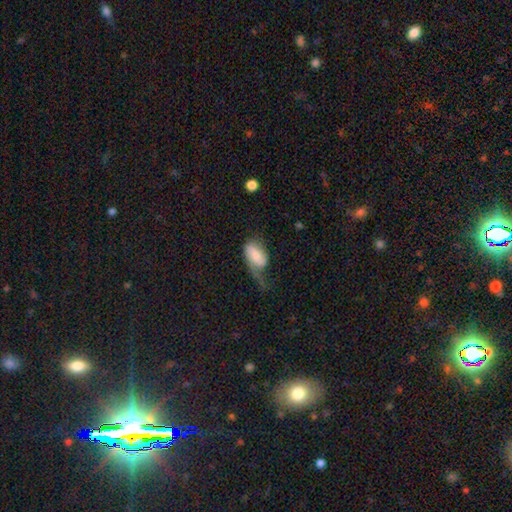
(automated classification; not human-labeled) smooth_or_featured: smooth (p=0.51) [alt: featured or disk p=0.42]
how_rounded: in between (p=0.91) [alt: round p=0.06]
merging: major disturbance (p=0.46) [alt: minor disturbance p=0.28]